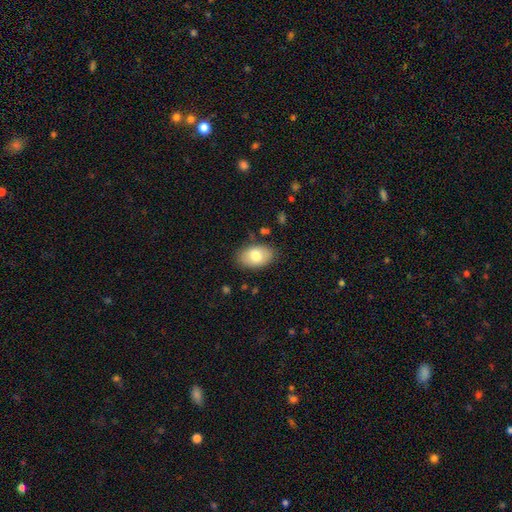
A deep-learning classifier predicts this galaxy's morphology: This appears to be a smooth galaxy with no disk features (76%) that is in between round and cigar-shaped (91%). Merging: none (82%).